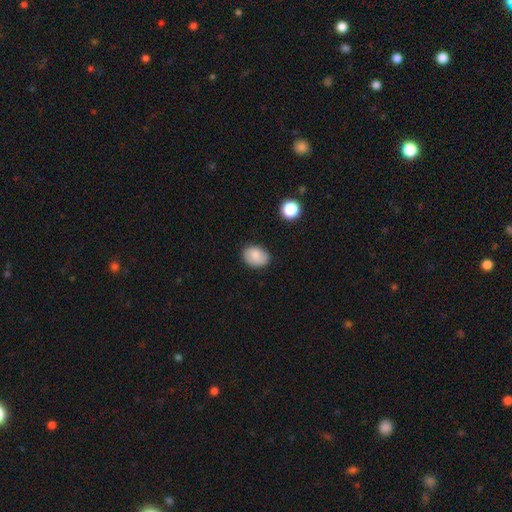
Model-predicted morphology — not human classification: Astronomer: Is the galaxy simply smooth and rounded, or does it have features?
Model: smooth — 83%.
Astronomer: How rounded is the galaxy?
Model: in between — 72%.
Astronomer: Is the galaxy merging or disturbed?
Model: none — 80%.